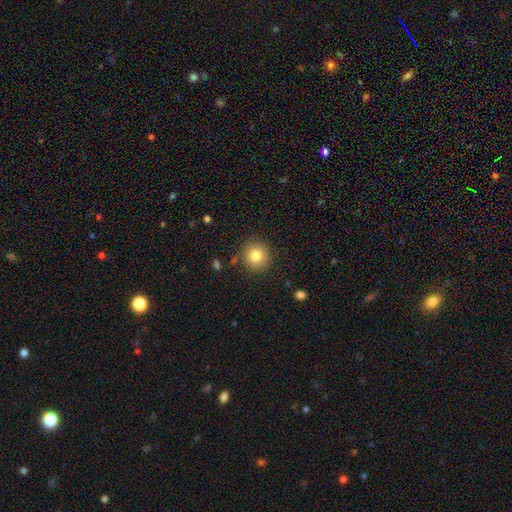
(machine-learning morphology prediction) smooth-or-featured: smooth: 80% | star or artifact: 11% | featured or disk: 9%
  how-rounded: round: 93% | in between: 6% | cigar-shaped: 1%
  merging: none: 87% | minor disturbance: 8% | major disturbance: 3% | merger: 2%